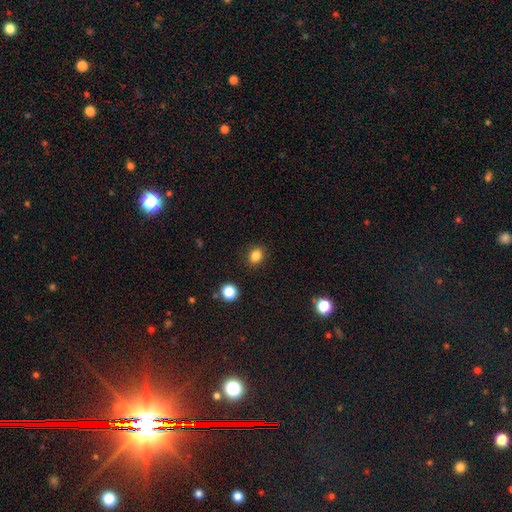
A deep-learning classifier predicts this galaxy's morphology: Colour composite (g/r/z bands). It shows a smooth galaxy with no disk features (84%) that is round (65%). Merging: none (89%).